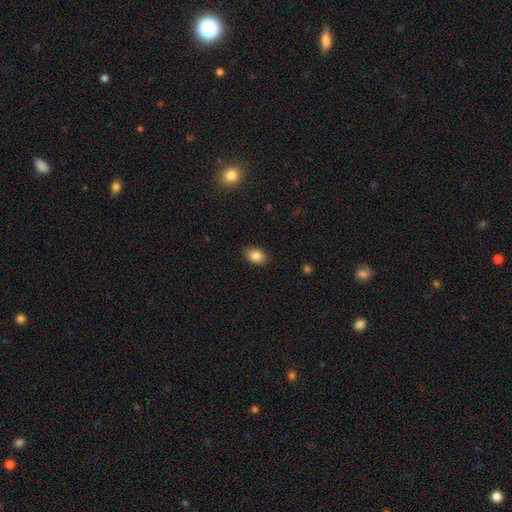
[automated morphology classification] Smooth or featured? Predicted: smooth (p=0.85). How rounded? Predicted: in between (p=0.76). Merging? Predicted: none (p=0.88).